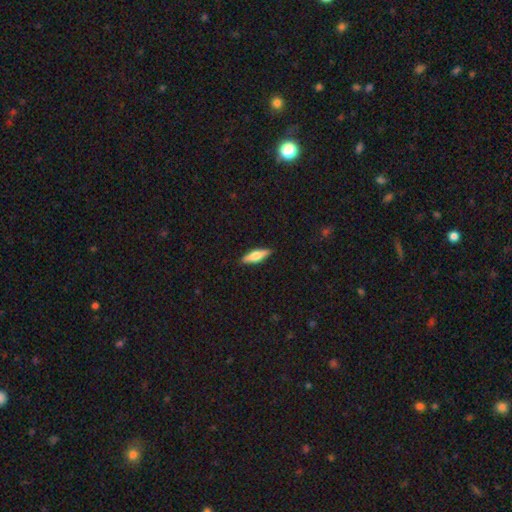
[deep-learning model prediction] Overall: smooth (50%; featured or disk 44%). Merging: none (89%).